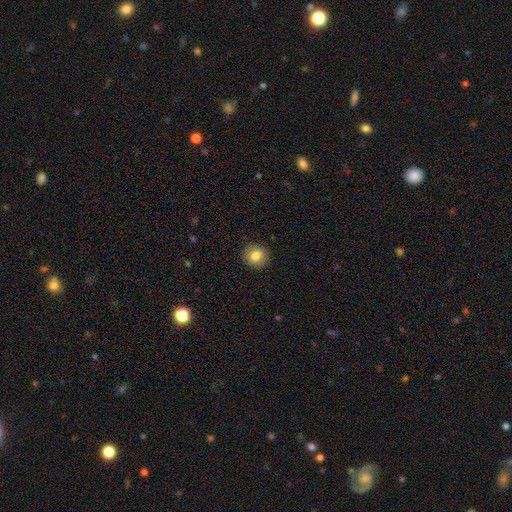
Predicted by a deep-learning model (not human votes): smooth_or_featured: smooth (p=0.81) [alt: star or artifact p=0.10]
how_rounded: round (p=0.87) [alt: in between p=0.12]
merging: none (p=0.91) [alt: minor disturbance p=0.06]